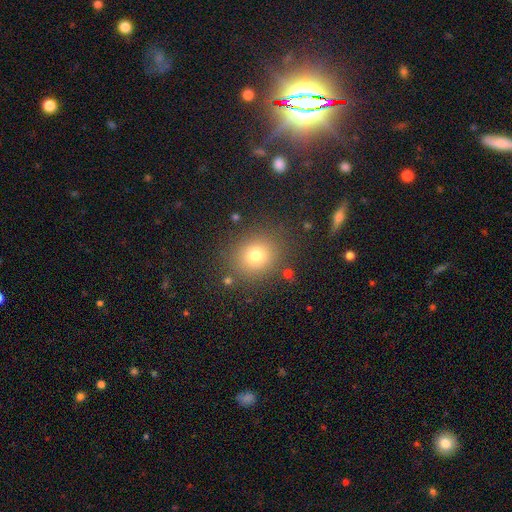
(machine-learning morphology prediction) A smooth galaxy with no disk features (76%) that is round (77%). Merging: none (85%).